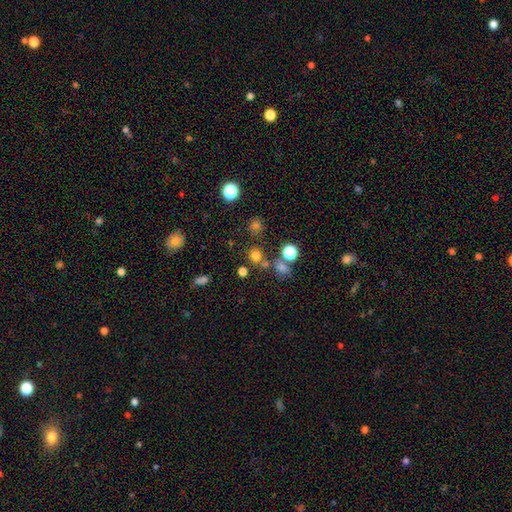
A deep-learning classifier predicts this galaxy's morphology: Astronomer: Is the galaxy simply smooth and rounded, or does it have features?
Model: smooth — 70%.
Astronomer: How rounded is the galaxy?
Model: round — 86%.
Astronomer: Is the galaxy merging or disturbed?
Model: none — 71%.